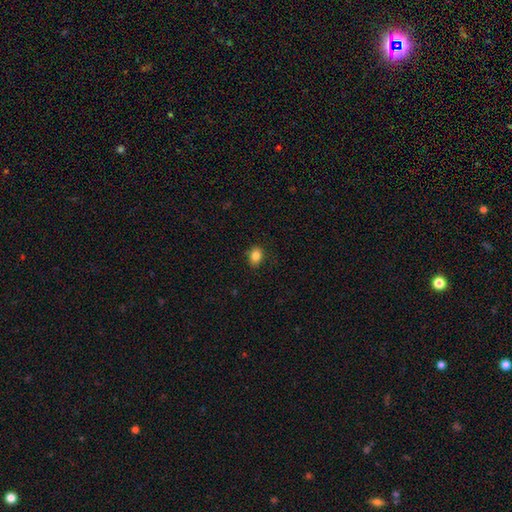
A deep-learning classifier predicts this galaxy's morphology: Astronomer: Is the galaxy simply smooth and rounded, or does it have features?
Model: smooth — 84%.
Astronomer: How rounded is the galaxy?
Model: in between — 62%.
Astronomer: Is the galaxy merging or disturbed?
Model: none — 85%.